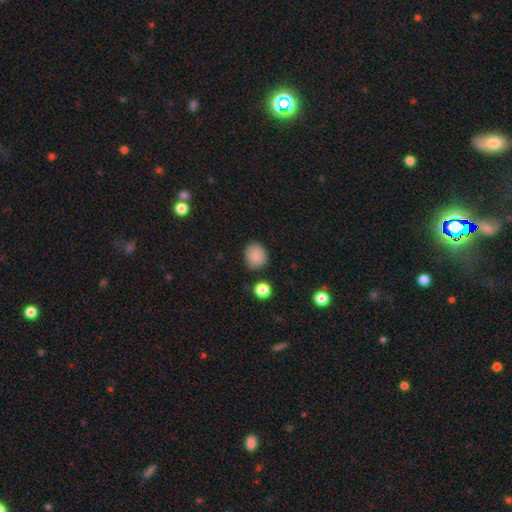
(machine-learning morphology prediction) smooth-or-featured: smooth: 87% | star or artifact: 9% | featured or disk: 4%
  how-rounded: round: 71% | in between: 28% | cigar-shaped: 1%
  merging: none: 83% | minor disturbance: 12% | major disturbance: 3% | merger: 3%